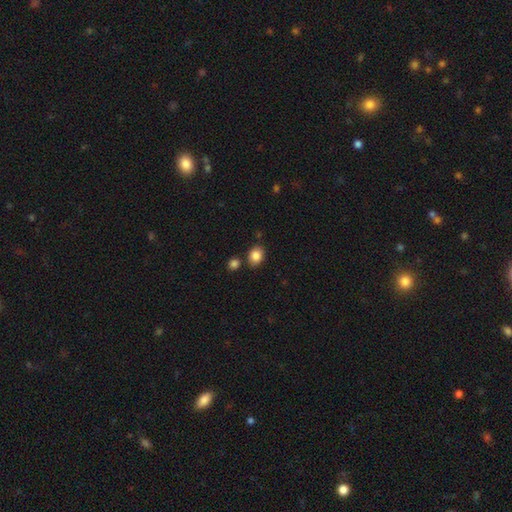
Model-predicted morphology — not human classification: Smooth or featured? smooth (85%)
How rounded? in between (58%)
Merging? none (78%)